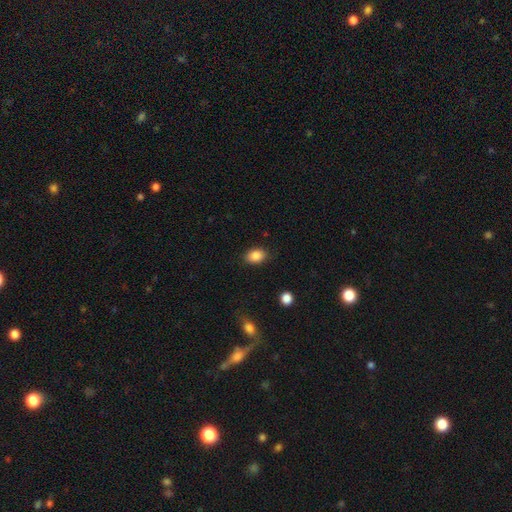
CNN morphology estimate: smooth-or-featured: smooth: 86% | star or artifact: 8% | featured or disk: 5%
  how-rounded: in between: 80% | round: 19% | cigar-shaped: 1%
  merging: none: 85% | minor disturbance: 11% | major disturbance: 3% | merger: 1%